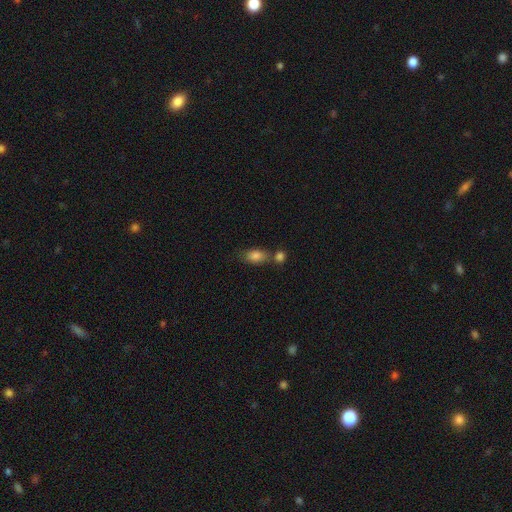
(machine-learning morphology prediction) Overall: smooth (83%). How rounded: in between (84%). Merging: none (50%; merger 32%).